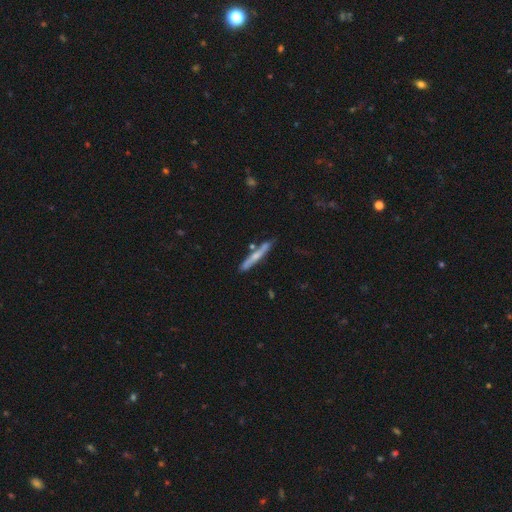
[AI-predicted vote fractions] The model was most divided on "smooth or featured": smooth: 52%, featured or disk: 42%, star or artifact: 6%. More confident: how rounded — cigar-shaped (94%); merging — none (75%).